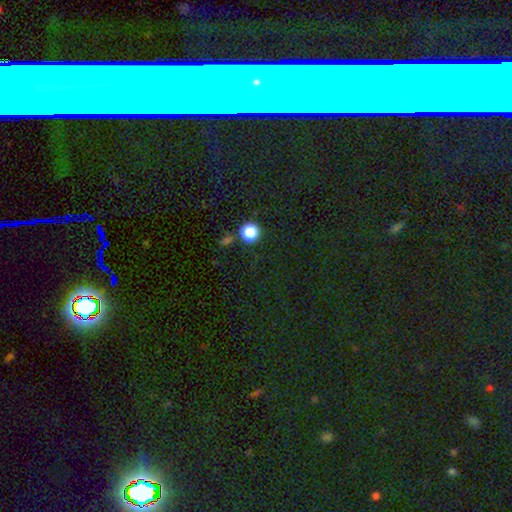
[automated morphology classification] Smooth or featured?
  - star or artifact: 43% *
  - featured or disk: 34%
  - smooth: 23%